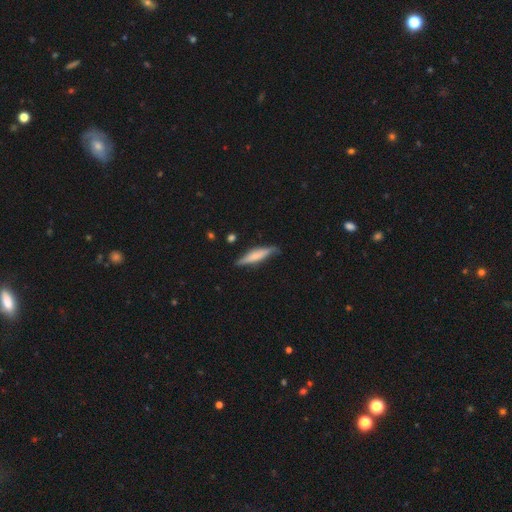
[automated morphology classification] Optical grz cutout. It shows a smooth galaxy with no disk features (51%) that is cigar-shaped (84%). Merging: none (81%).